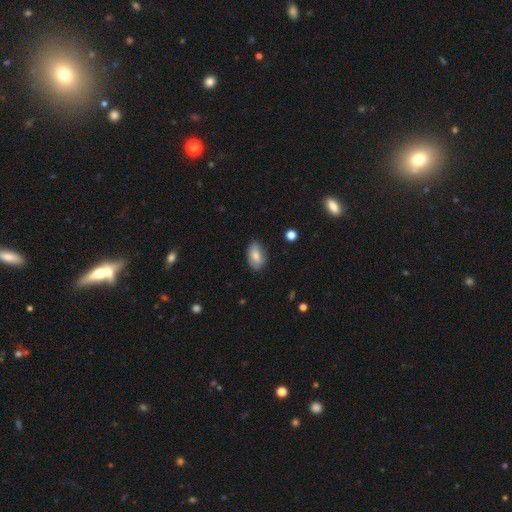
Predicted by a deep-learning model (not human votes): smooth-or-featured: smooth: 76% | featured or disk: 17% | star or artifact: 8%
  how-rounded: in between: 91% | round: 7% | cigar-shaped: 2%
  merging: none: 75% | minor disturbance: 20% | major disturbance: 4% | merger: 1%